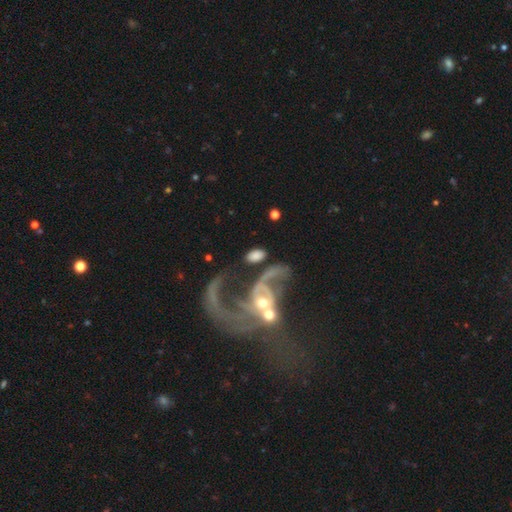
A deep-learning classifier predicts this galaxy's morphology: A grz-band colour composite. It shows a smooth galaxy with no disk features (54%) that is in between round and cigar-shaped (88%). Merging: none (34%).